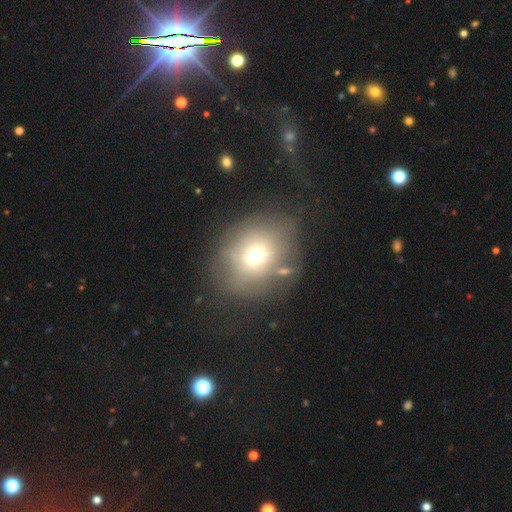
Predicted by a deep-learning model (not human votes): A smooth galaxy with no disk features (63%) that is round (66%).

Vote fractions:
- Smooth or featured? smooth: 63% / featured or disk: 23% / star or artifact: 15%
- How rounded? round: 66% / in between: 33% / cigar-shaped: 1%
- Merging? none: 57% / minor disturbance: 21% / major disturbance: 16% / merger: 7%